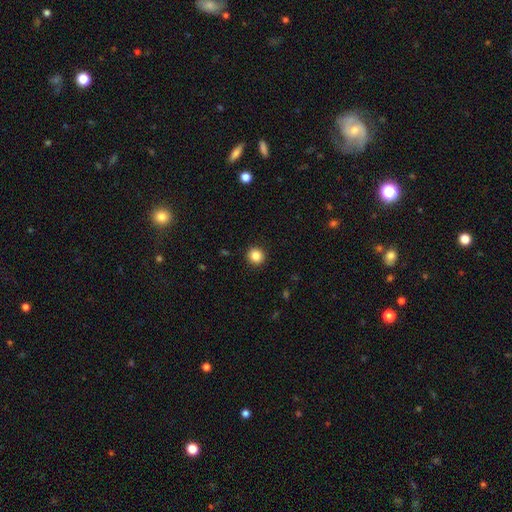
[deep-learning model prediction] A smooth galaxy with no disk features (86%) that is round (93%).

Vote fractions:
- Smooth or featured? smooth: 86% / star or artifact: 10% / featured or disk: 4%
- How rounded? round: 93% / in between: 6% / cigar-shaped: 1%
- Merging? none: 93% / minor disturbance: 5% / major disturbance: 2% / merger: 1%